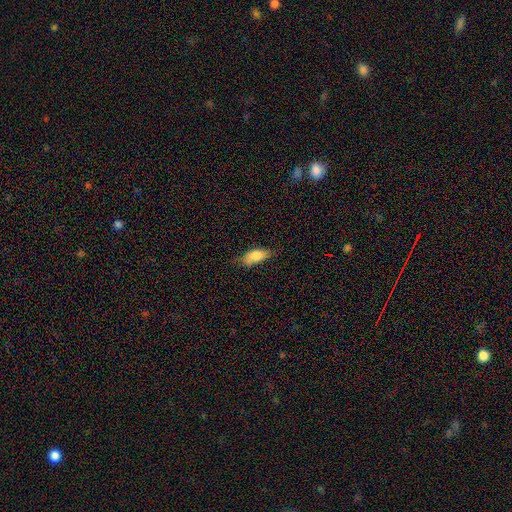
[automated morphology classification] smooth 80%, featured or disk 13%, star or artifact 7%. Down the decision tree: how rounded — in between (85%); merging — none (57%).